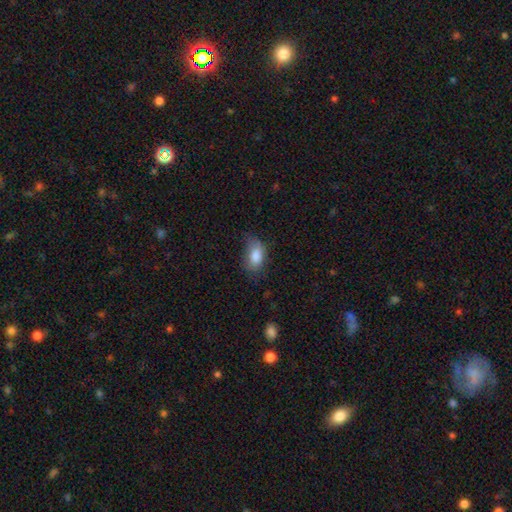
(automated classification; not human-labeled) Smooth or featured: smooth — 83% (featured or disk — 9%)
How rounded: in between — 90% (round — 8%)
Merging: none — 51% (minor disturbance — 33%)